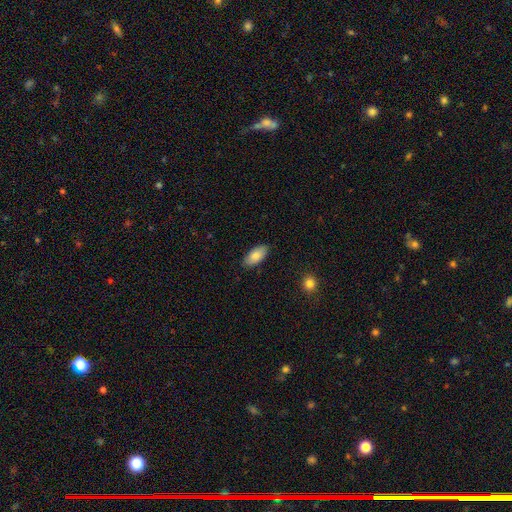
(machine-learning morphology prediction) Smooth or featured? Predicted: smooth (p=0.81). How rounded? Predicted: in between (p=0.93). Merging? Predicted: none (p=0.86).